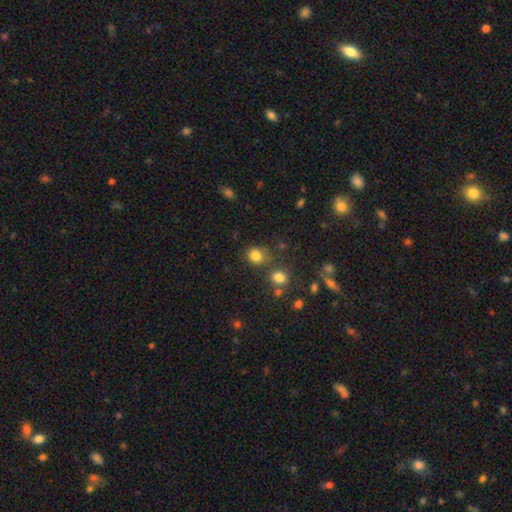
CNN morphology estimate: Smooth or featured? smooth (81%)
How rounded? round (77%)
Merging? none (69%)